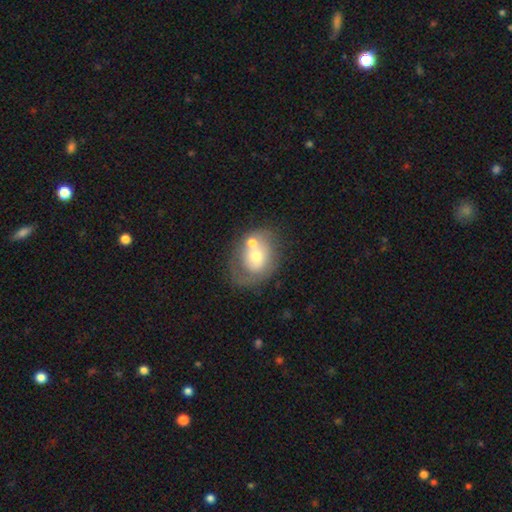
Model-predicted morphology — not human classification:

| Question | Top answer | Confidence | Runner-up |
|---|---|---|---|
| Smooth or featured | smooth | 48% | featured or disk (43%) |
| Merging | none | 43% | merger (27%) |